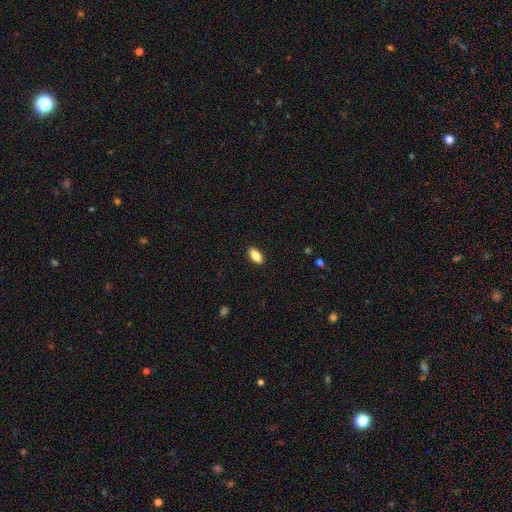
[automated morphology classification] The model was most divided on "smooth or featured": smooth: 85%, featured or disk: 8%, star or artifact: 7%. More confident: how rounded — in between (90%); merging — none (90%).